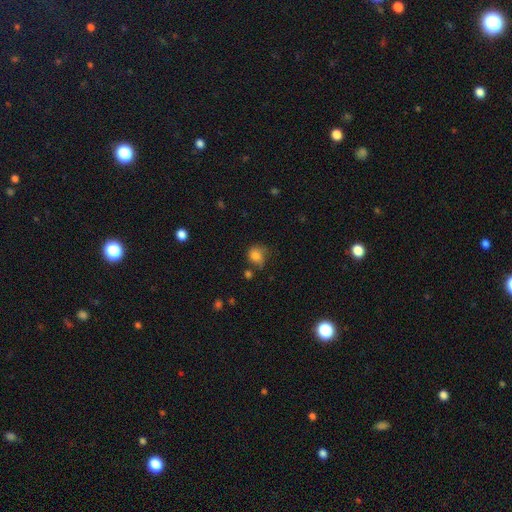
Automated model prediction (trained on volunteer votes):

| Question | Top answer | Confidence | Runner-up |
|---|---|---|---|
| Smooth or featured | smooth | 78% | featured or disk (12%) |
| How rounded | round | 67% | in between (32%) |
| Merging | none | 47% | minor disturbance (30%) |